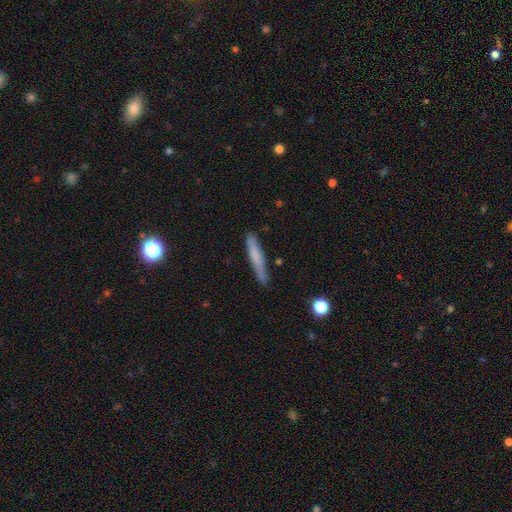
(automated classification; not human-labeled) smooth_or_featured: smooth (p=0.63) [alt: featured or disk p=0.30]
how_rounded: cigar-shaped (p=0.93) [alt: in between p=0.05]
merging: none (p=0.82) [alt: minor disturbance p=0.14]